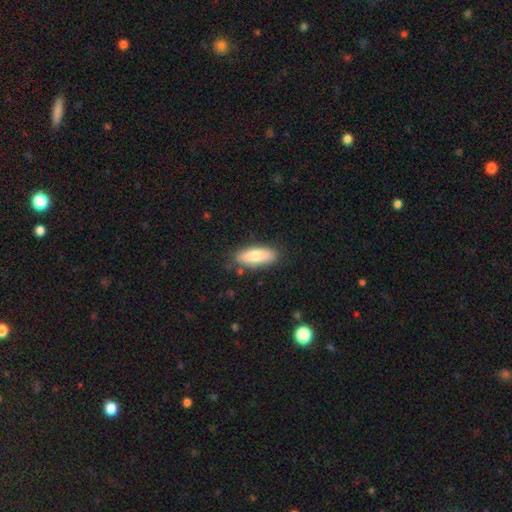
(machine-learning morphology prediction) smooth 80%, featured or disk 14%, star or artifact 6%. Down the decision tree: how rounded — in between (68%); merging — none (83%).